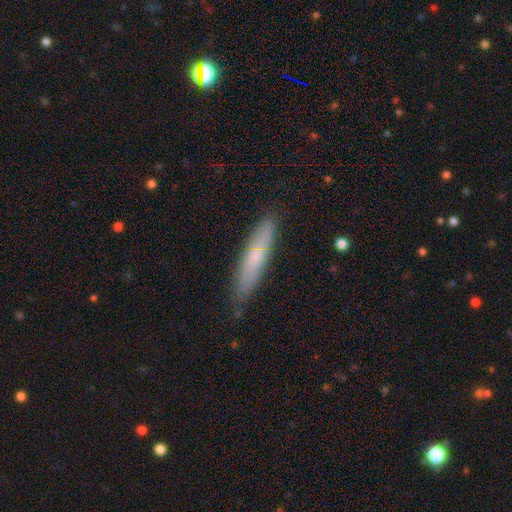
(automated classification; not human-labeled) This appears to be a smooth galaxy with no disk features (62%) that is cigar-shaped (89%). Merging: none (85%).